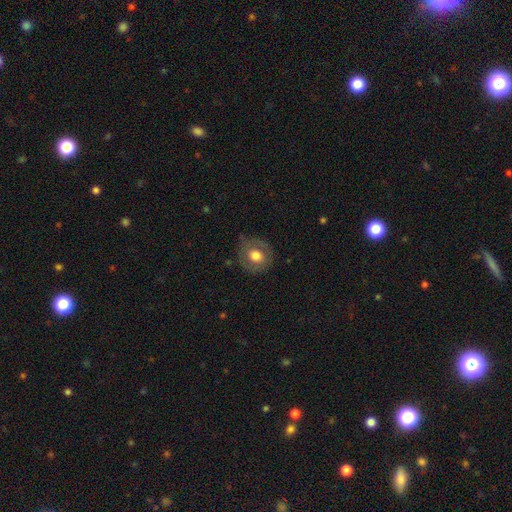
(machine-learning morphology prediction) The model was most divided on "smooth or featured": smooth: 61%, featured or disk: 31%, star or artifact: 8%. More confident: how rounded — round (80%); merging — none (75%).